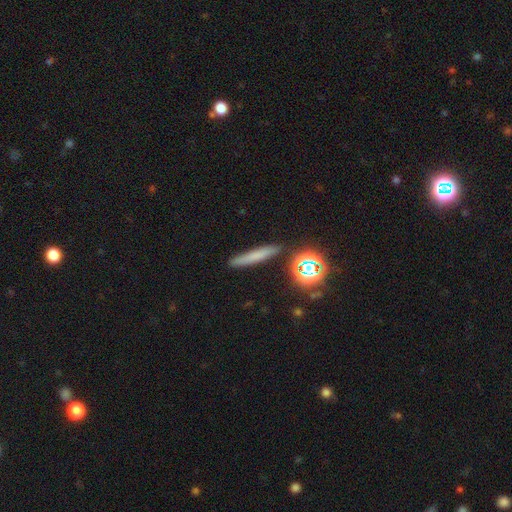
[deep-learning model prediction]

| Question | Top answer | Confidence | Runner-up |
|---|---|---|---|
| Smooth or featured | smooth | 62% | featured or disk (22%) |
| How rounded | cigar-shaped | 89% | in between (6%) |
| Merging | none | 87% | minor disturbance (8%) |